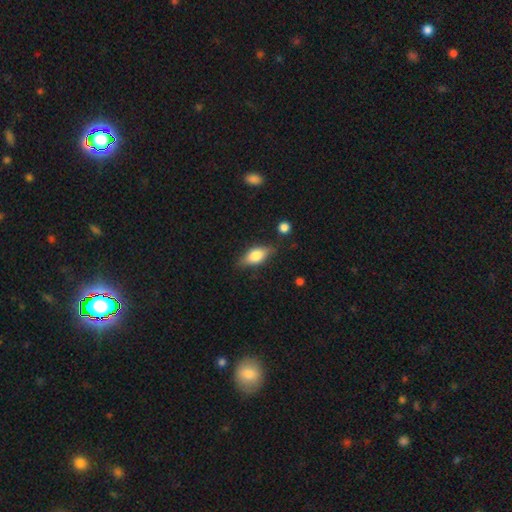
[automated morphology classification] Smooth or featured?
  - smooth: 61% *
  - featured or disk: 31%
  - star or artifact: 8%
How rounded?
  - in between: 77% *
  - cigar-shaped: 17%
  - round: 5%
Merging?
  - none: 79% *
  - minor disturbance: 15%
  - major disturbance: 4%
  - merger: 2%